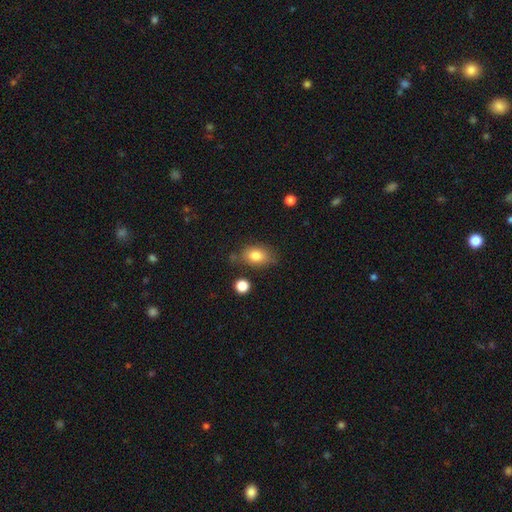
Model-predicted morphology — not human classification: The model was most divided on "merging": none: 68%, minor disturbance: 21%, merger: 6%, major disturbance: 5%. More confident: smooth or featured — smooth (82%); how rounded — in between (80%).